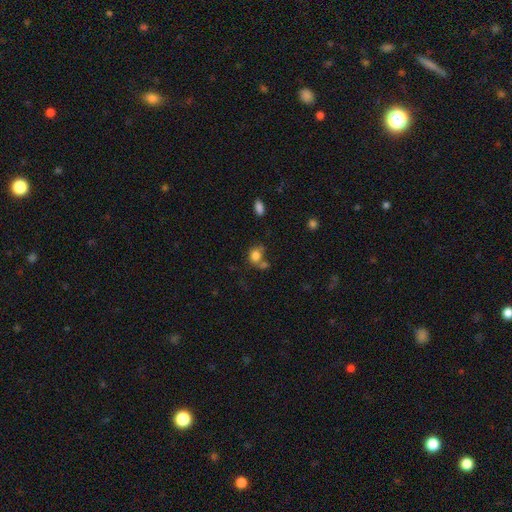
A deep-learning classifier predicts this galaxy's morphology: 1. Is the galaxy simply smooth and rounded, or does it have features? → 80% smooth, 11% star or artifact, 9% featured or disk.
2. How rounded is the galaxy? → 61% round, 38% in between, 1% cigar-shaped.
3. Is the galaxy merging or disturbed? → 43% none, 31% merger, 16% minor disturbance, 10% major disturbance.